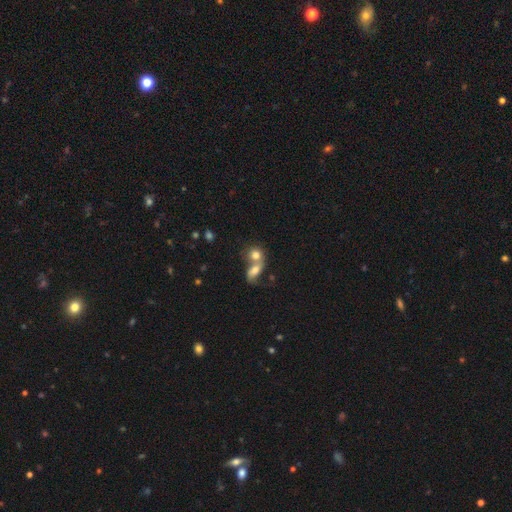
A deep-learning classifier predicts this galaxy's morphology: Overall: smooth (71%). How rounded: round (53%; in between 44%). Merging: merger (69%).